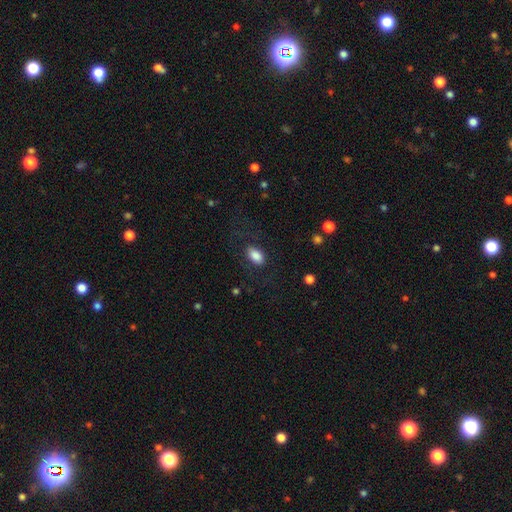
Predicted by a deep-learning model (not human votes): Smooth or featured?
  - smooth: 84% *
  - featured or disk: 9%
  - star or artifact: 7%
How rounded?
  - in between: 92% *
  - round: 6%
  - cigar-shaped: 2%
Merging?
  - none: 78% *
  - minor disturbance: 12%
  - major disturbance: 9%
  - merger: 1%